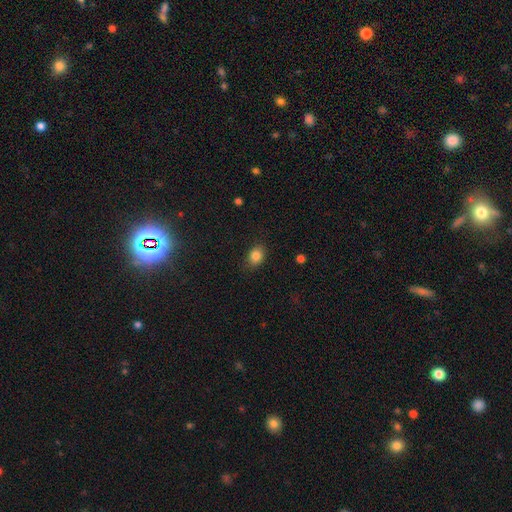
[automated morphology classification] Smooth or featured?
  - smooth: 84% *
  - star or artifact: 10%
  - featured or disk: 6%
How rounded?
  - in between: 69% *
  - round: 30%
  - cigar-shaped: 1%
Merging?
  - none: 82% *
  - minor disturbance: 14%
  - major disturbance: 3%
  - merger: 1%